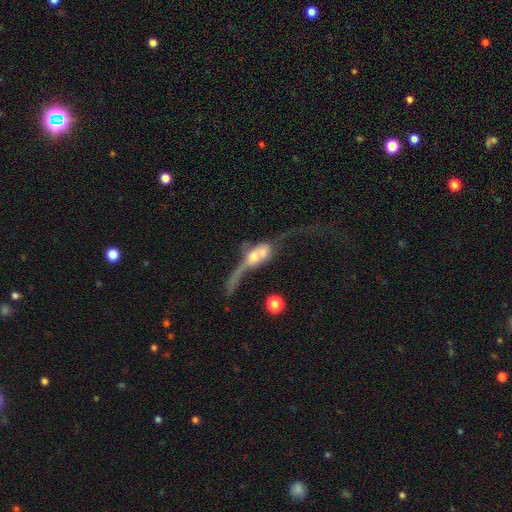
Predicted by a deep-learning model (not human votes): featured or disk 53%, smooth 38%, star or artifact 9%. Down the decision tree: edge-on disk — no (69%); merging — merger (62%).